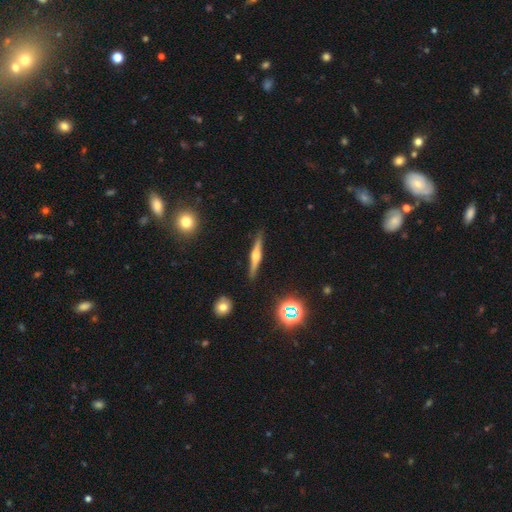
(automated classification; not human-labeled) This appears to be a featured or disk galaxy (68%) viewed edge-on (97%) with a rounded central bulge (86%). Merging: none (89%).